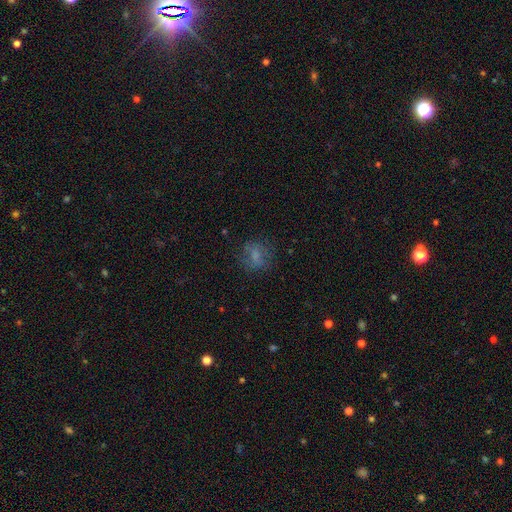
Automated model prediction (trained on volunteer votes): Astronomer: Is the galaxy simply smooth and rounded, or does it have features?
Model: smooth — 63%.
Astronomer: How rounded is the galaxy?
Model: round — 66%.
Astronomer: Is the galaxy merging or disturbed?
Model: none — 68%.